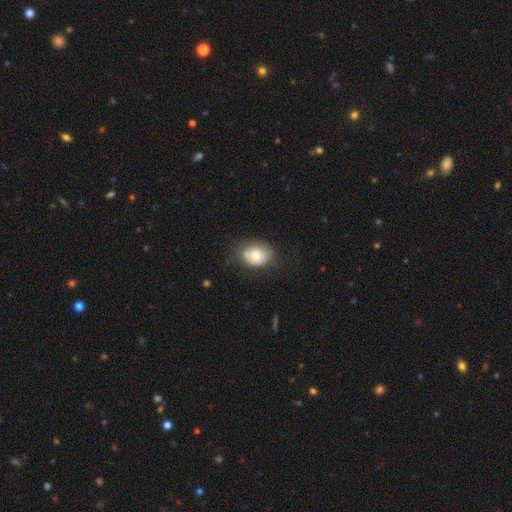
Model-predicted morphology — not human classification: Smooth or featured? smooth (65%)
How rounded? in between (55%)
Merging? none (67%)